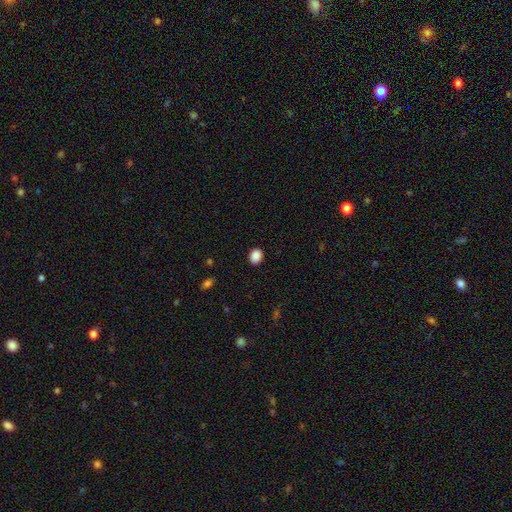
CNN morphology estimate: smooth 88%, star or artifact 9%, featured or disk 3%. Down the decision tree: how rounded — in between (51%); merging — none (90%).